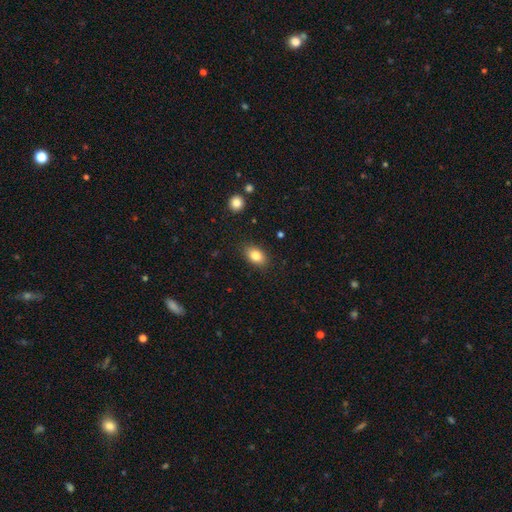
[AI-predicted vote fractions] Overall: smooth (82%). How rounded: in between (84%). Merging: none (87%).